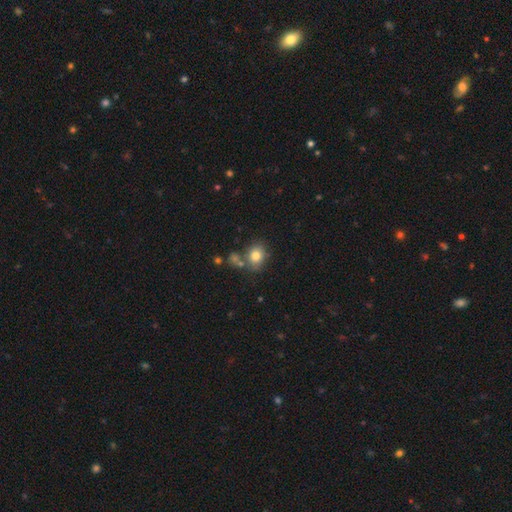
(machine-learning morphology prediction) Smooth or featured? smooth (79%)
How rounded? round (57%)
Merging? none (64%)